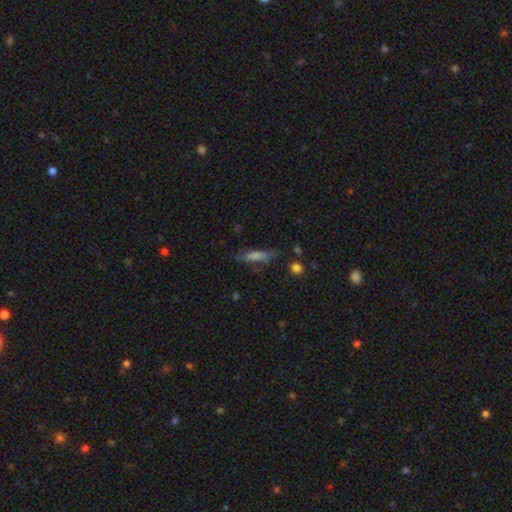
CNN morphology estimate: Smooth or featured? smooth (59%)
How rounded? cigar-shaped (72%)
Merging? none (71%)